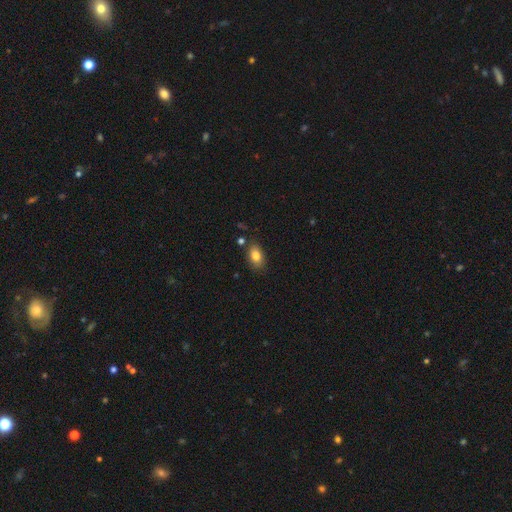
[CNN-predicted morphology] Smooth or featured? Predicted: smooth (p=0.82). How rounded? Predicted: in between (p=0.86). Merging? Predicted: none (p=0.79).